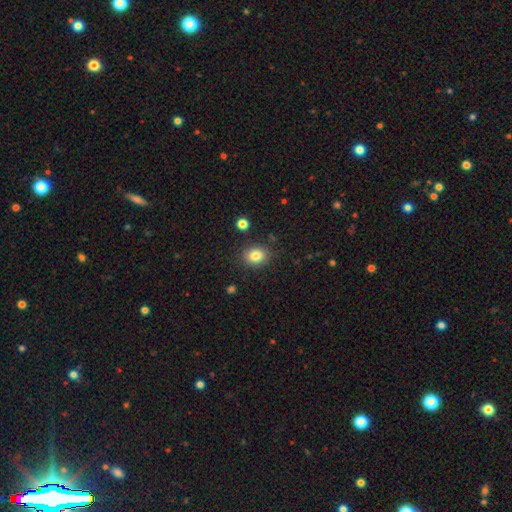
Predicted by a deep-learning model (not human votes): Overall: smooth (83%). How rounded: round (57%; in between 42%). Merging: none (86%).